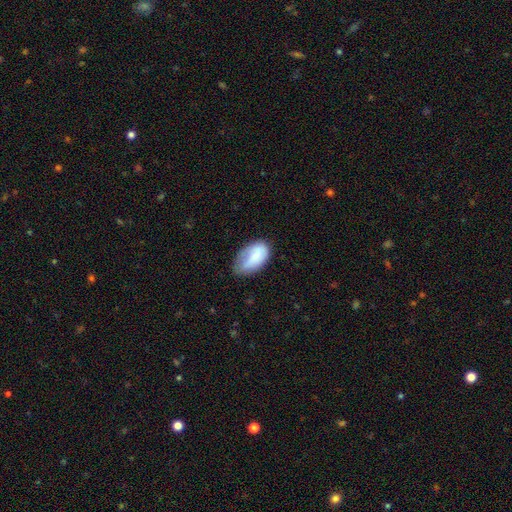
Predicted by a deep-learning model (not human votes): Q: Smooth or featured?
A: smooth (76%); runner-up: featured or disk (17%)
Q: How rounded?
A: in between (93%); runner-up: round (5%)
Q: Merging?
A: none (43%); runner-up: minor disturbance (39%)